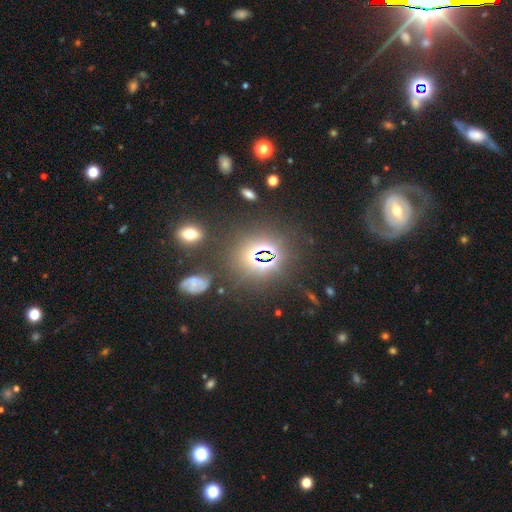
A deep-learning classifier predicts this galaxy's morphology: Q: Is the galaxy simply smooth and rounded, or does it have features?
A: star or artifact — 68%.